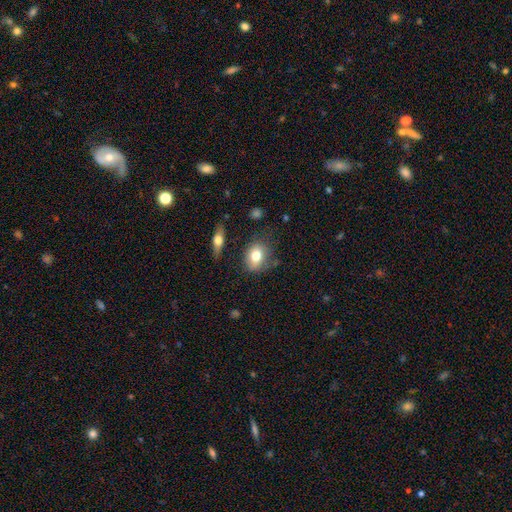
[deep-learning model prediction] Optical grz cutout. It shows a smooth galaxy with no disk features (75%) that is in between round and cigar-shaped (56%). Merging: none (65%).